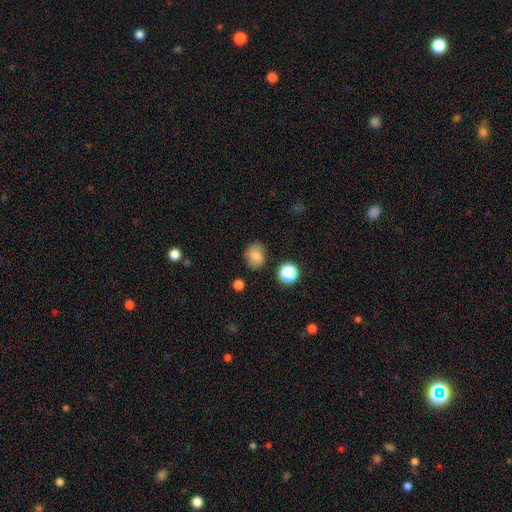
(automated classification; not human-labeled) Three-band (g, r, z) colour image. It shows a smooth galaxy with no disk features (76%) that is in between round and cigar-shaped (50%). Merging: none (77%).